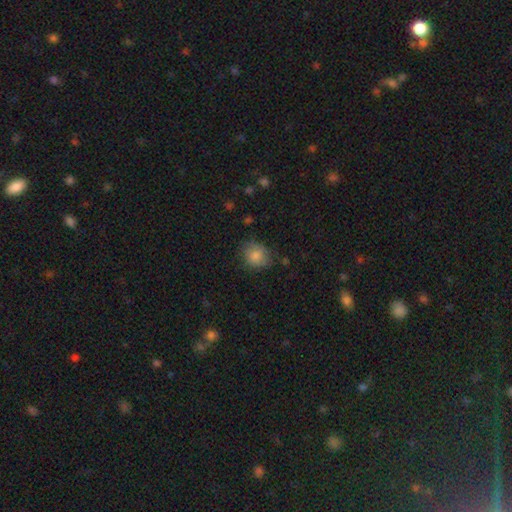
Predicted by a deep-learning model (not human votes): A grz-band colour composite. It shows a smooth galaxy with no disk features (83%) that is round (74%). Merging: none (71%).